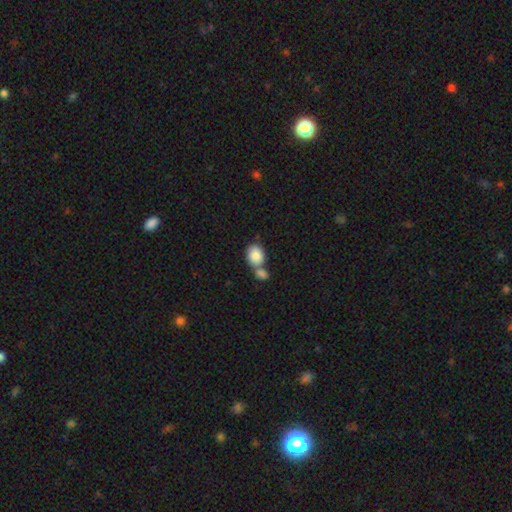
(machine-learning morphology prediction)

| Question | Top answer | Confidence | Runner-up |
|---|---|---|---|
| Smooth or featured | smooth | 85% | featured or disk (8%) |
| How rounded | in between | 53% | round (45%) |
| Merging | merger | 52% | none (35%) |